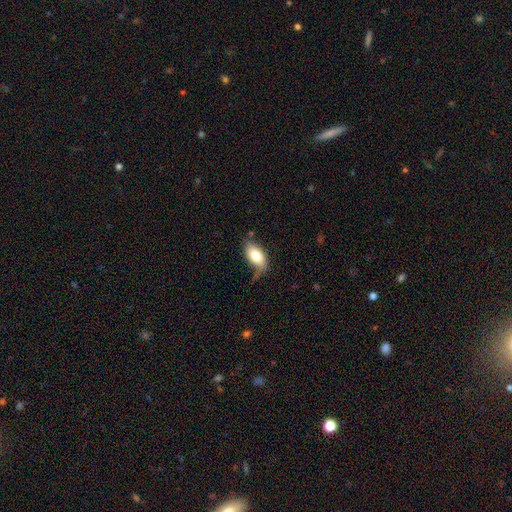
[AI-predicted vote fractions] A smooth galaxy with no disk features (79%) that is in between round and cigar-shaped (93%). Merging: none (57%).